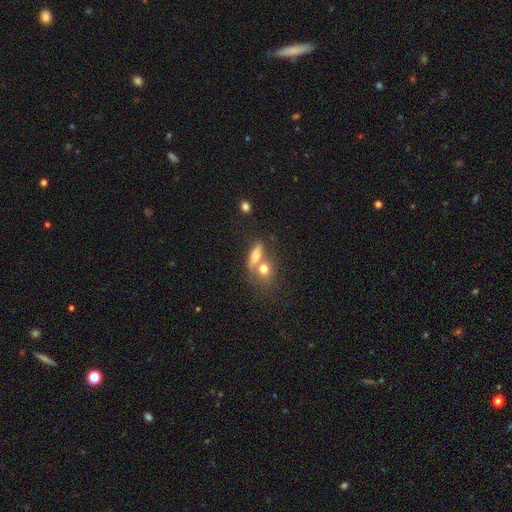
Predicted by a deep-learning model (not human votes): smooth-or-featured: smooth: 63% | featured or disk: 27% | star or artifact: 10%
  how-rounded: in between: 45% | cigar-shaped: 34% | round: 21%
  merging: none: 42% (tied) | merger: 42% (tied) | minor disturbance: 11% | major disturbance: 6%